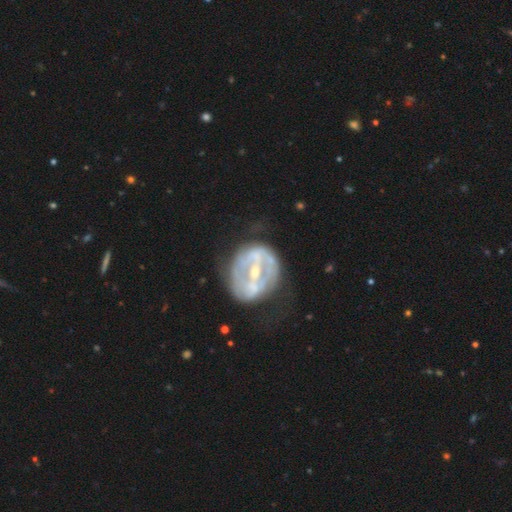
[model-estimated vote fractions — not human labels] A featured or disk galaxy (78%) with a strong bar (43%), no spiral arms (51%) and a small central bulge (55%).

Vote fractions:
- Smooth or featured? featured or disk: 78% / smooth: 16% / star or artifact: 6%
- Edge-on disk? no: 96% / yes: 4%
- Bar? strong: 43% / weak: 33% / no: 24%
- Spiral arms? no: 51% / yes: 49%
- Bulge size? small: 55% / moderate: 39% / large: 2% / none: 2% / dominant: 1%
- Merging? none: 55% / minor disturbance: 22% / major disturbance: 19% / merger: 5%